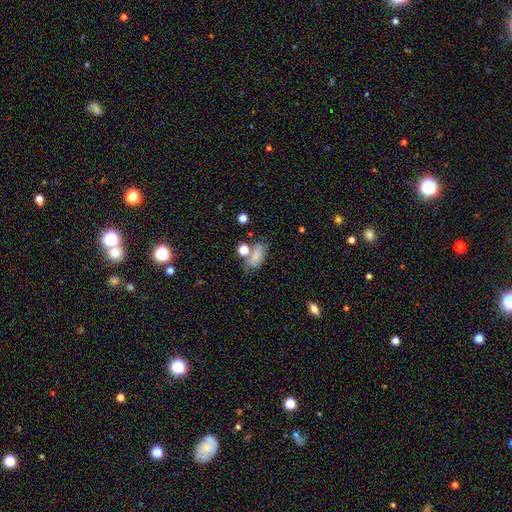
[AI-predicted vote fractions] Smooth or featured: smooth — 70% (featured or disk — 17%)
How rounded: in between — 85% (round — 11%)
Merging: none — 43% (minor disturbance — 23%)